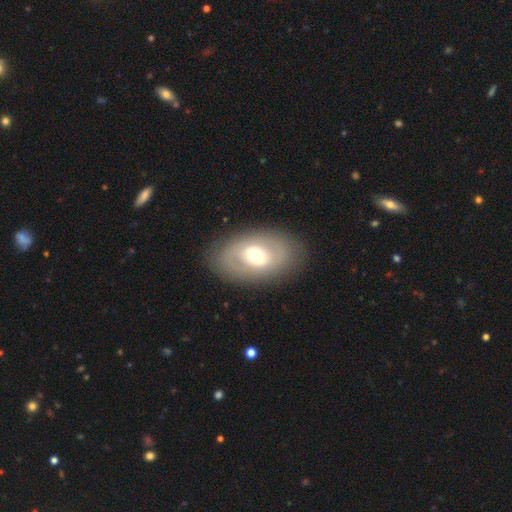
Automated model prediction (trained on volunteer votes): Smooth or featured?
  - smooth: 47% *
  - featured or disk: 45%
  - star or artifact: 8%
Merging?
  - none: 83% *
  - minor disturbance: 10%
  - major disturbance: 5%
  - merger: 1%